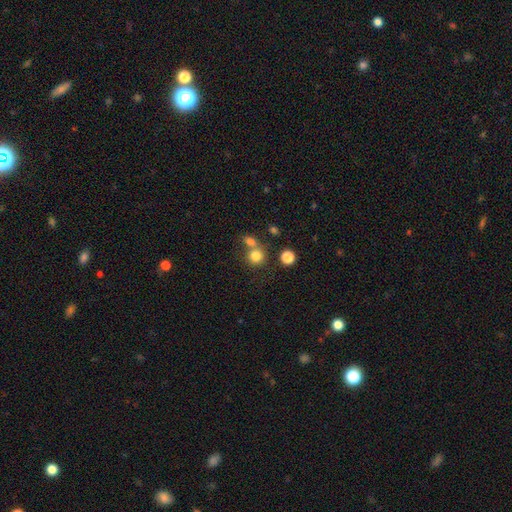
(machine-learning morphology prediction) smooth_or_featured: smooth (p=0.80) [alt: star or artifact p=0.13]
how_rounded: round (p=0.85) [alt: in between p=0.14]
merging: none (p=0.53) [alt: merger p=0.34]